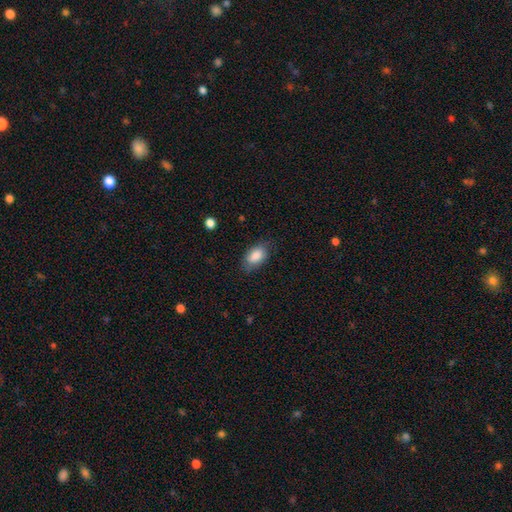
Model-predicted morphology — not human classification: A smooth galaxy with no disk features (84%) that is in between round and cigar-shaped (92%). Merging: none (74%).